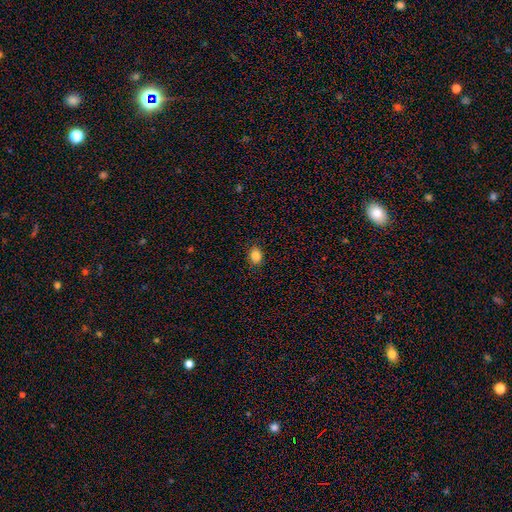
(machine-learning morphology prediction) Smooth or featured? smooth (85%)
How rounded? round (50%)
Merging? none (87%)